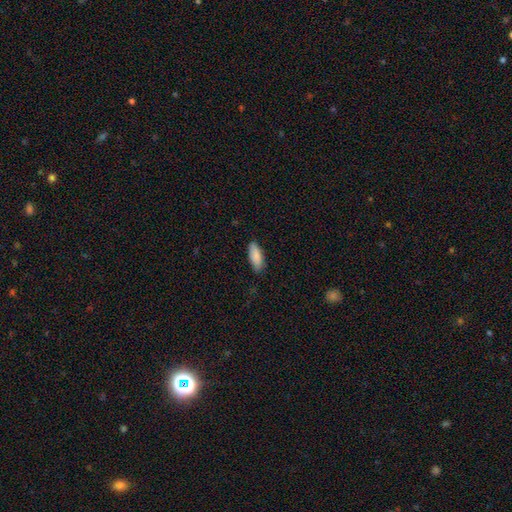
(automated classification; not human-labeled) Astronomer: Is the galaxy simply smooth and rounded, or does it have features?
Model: smooth — 87%.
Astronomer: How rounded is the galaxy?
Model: in between — 77%.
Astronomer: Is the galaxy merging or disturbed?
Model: none — 81%.